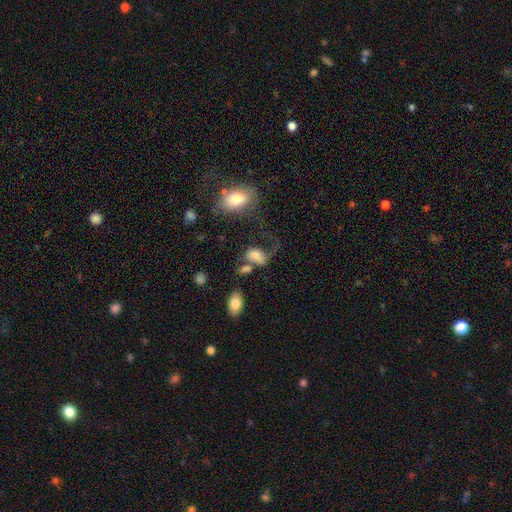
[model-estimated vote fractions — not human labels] smooth-or-featured: smooth: 64% | featured or disk: 24% | star or artifact: 11%
  how-rounded: in between: 83% | round: 15% | cigar-shaped: 2%
  merging: major disturbance: 37% | none: 25% | merger: 21% | minor disturbance: 16%